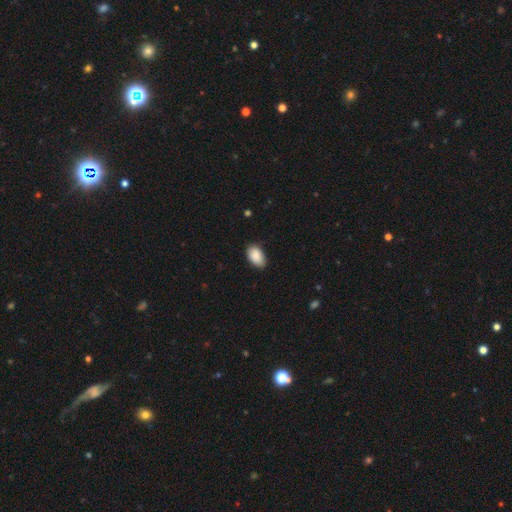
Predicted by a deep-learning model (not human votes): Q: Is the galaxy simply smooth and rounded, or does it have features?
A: smooth — 90%.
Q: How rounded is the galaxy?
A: in between — 92%.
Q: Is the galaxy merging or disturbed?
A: none — 77%.